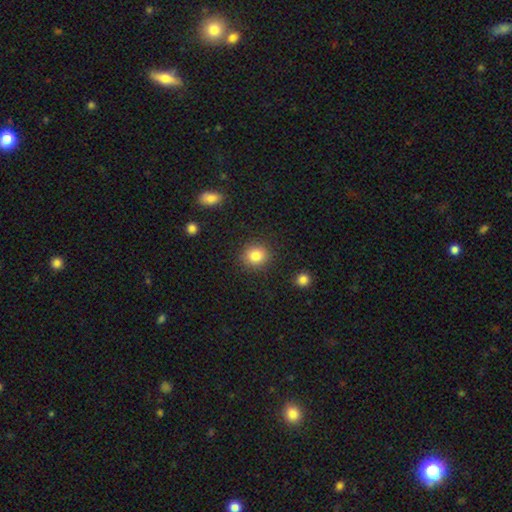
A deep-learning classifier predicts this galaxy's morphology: Smooth or featured? smooth (84%)
How rounded? round (82%)
Merging? none (89%)